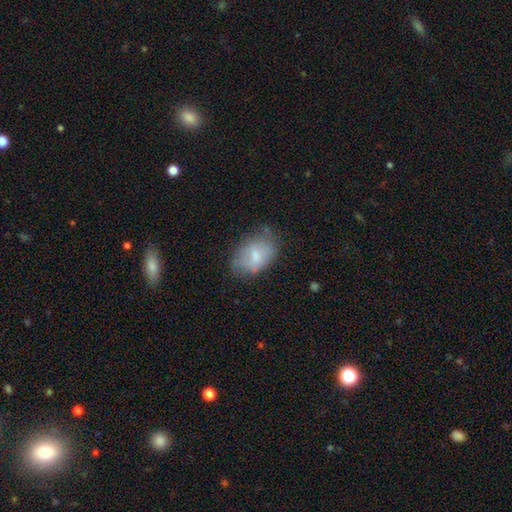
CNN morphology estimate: A smooth galaxy with no disk features (62%) that is in between round and cigar-shaped (89%).

Vote fractions:
- Smooth or featured? smooth: 62% / featured or disk: 29% / star or artifact: 8%
- How rounded? in between: 89% / round: 9% / cigar-shaped: 2%
- Merging? none: 58% / minor disturbance: 29% / major disturbance: 11% / merger: 2%